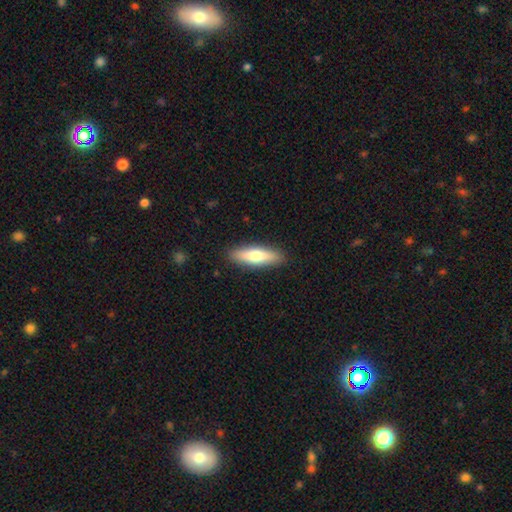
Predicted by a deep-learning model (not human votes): Overall: smooth (68%). How rounded: cigar-shaped (61%; in between 37%). Merging: none (89%).